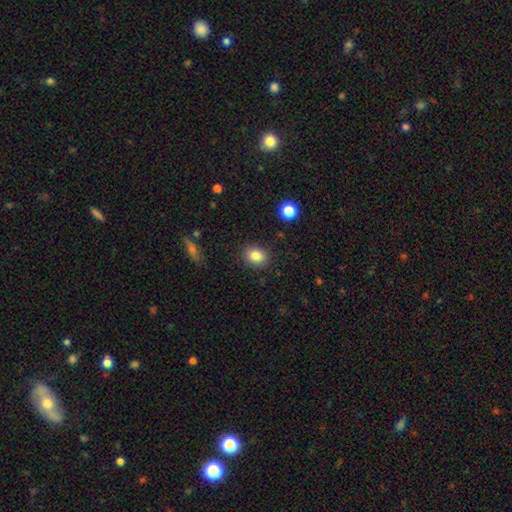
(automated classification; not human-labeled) A smooth galaxy with no disk features (84%) that is round (50%). Merging: none (87%).